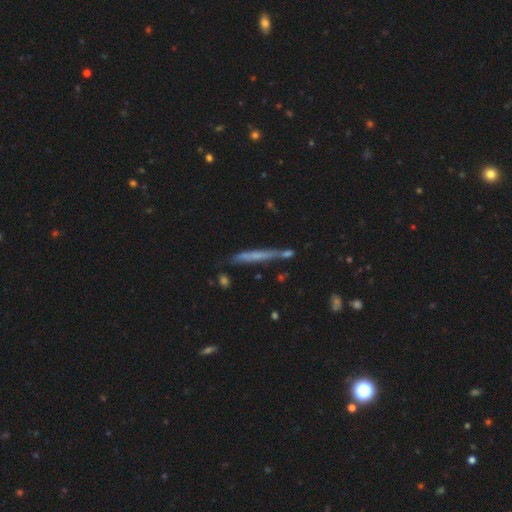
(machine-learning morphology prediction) A smooth galaxy with no disk features (49%). Merging: none (72%).